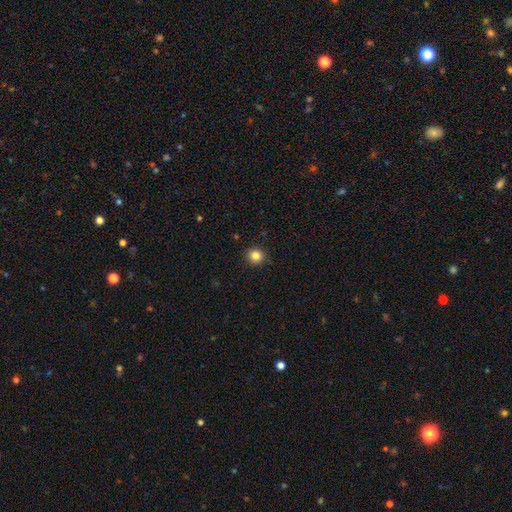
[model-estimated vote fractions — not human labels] A smooth galaxy with no disk features (83%) that is round (94%). Merging: none (90%).